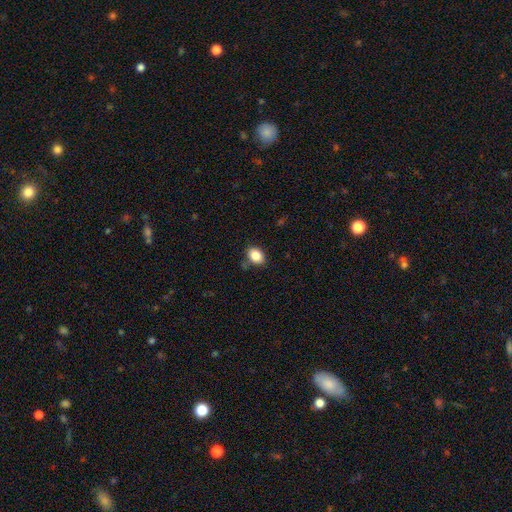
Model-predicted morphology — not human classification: smooth_or_featured: smooth (p=0.85) [alt: star or artifact p=0.09]
how_rounded: in between (p=0.74) [alt: round p=0.25]
merging: none (p=0.81) [alt: minor disturbance p=0.13]